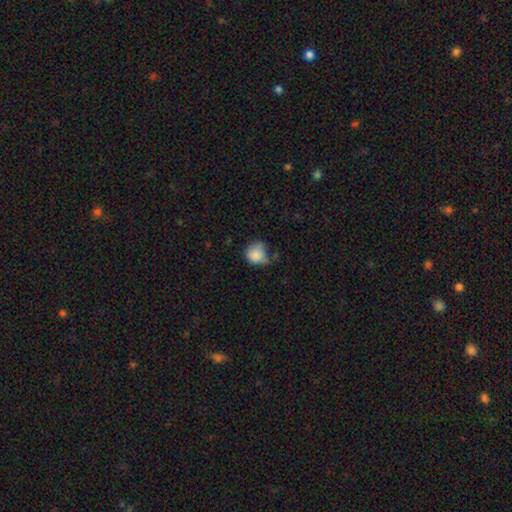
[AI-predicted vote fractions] Morphology: type=smooth (82%); roundness=round (74%); merging=none (39%).